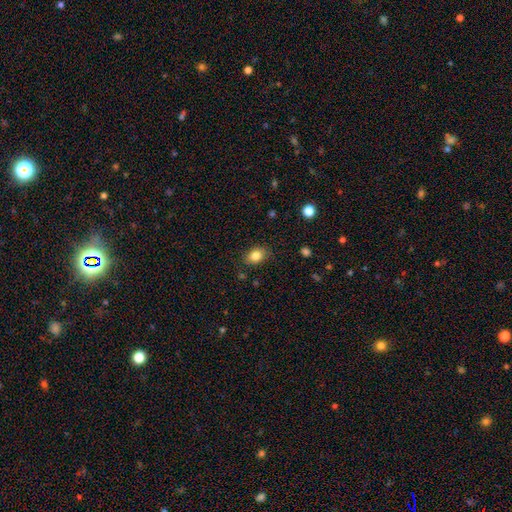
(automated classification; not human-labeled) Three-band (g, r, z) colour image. It shows a smooth galaxy with no disk features (84%) that is in between round and cigar-shaped (72%). Merging: none (84%).